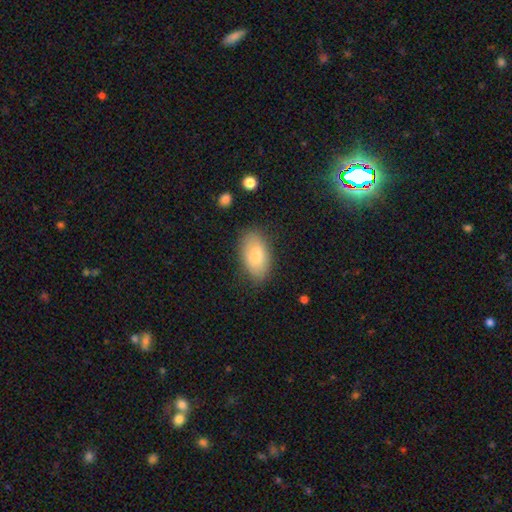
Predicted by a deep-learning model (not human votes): Smooth or featured? Predicted: smooth (p=0.77). How rounded? Predicted: in between (p=0.93). Merging? Predicted: none (p=0.82).